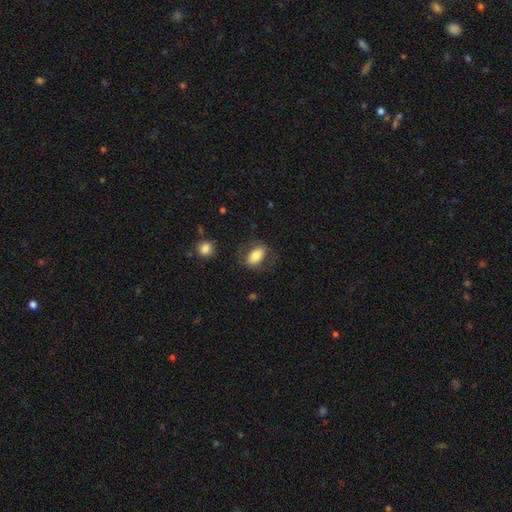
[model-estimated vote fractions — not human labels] smooth-or-featured: smooth: 77% | featured or disk: 16% | star or artifact: 7%
  how-rounded: in between: 89% | round: 9% | cigar-shaped: 2%
  merging: none: 74% | minor disturbance: 16% | major disturbance: 9% | merger: 2%